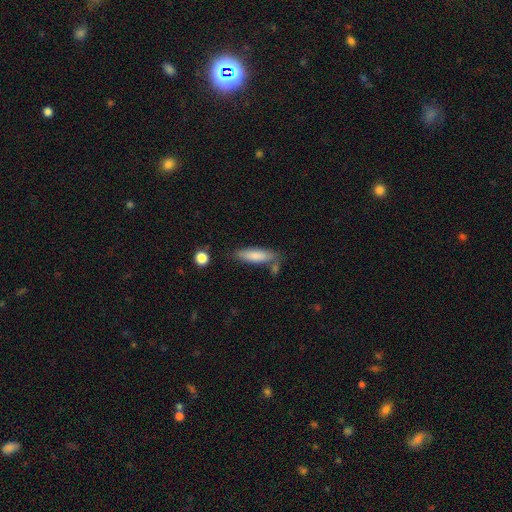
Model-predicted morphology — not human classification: smooth_or_featured: smooth (p=0.82) [alt: featured or disk p=0.12]
how_rounded: cigar-shaped (p=0.55) [alt: in between p=0.43]
merging: none (p=0.68) [alt: minor disturbance p=0.18]